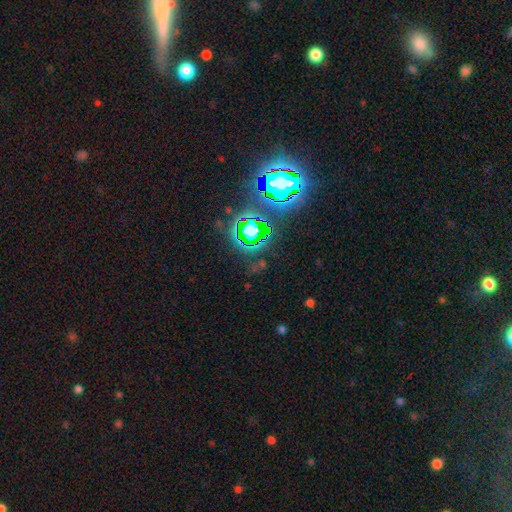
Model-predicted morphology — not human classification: Smooth or featured? star or artifact (77%)